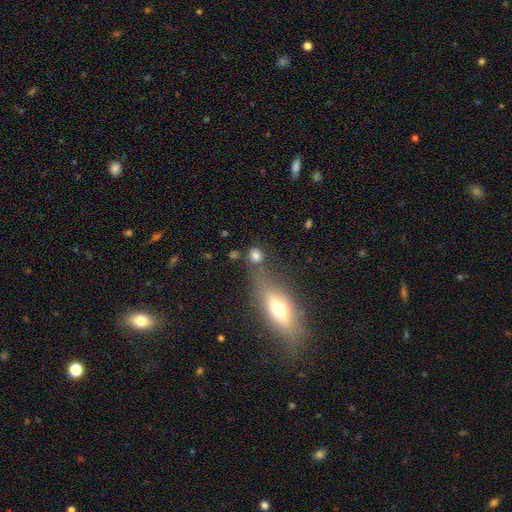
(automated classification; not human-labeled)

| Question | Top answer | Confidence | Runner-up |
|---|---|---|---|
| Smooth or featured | smooth | 77% | star or artifact (13%) |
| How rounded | round | 66% | in between (30%) |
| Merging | none | 63% | merger (18%) |